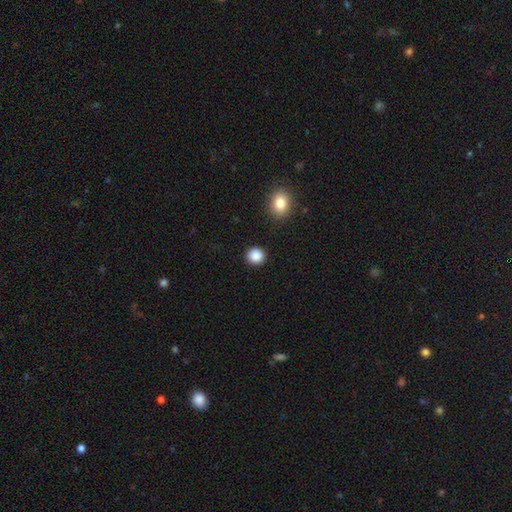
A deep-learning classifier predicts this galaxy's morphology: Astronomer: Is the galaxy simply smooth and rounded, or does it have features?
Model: smooth — 88%.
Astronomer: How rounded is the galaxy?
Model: round — 92%.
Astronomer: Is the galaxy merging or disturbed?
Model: none — 92%.